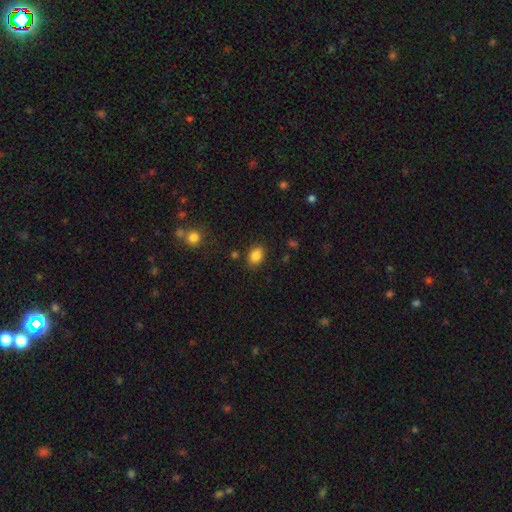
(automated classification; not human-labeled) This is clearly a smooth galaxy (85%). How rounded: likely in between (70%). Merging: clearly none (83%).